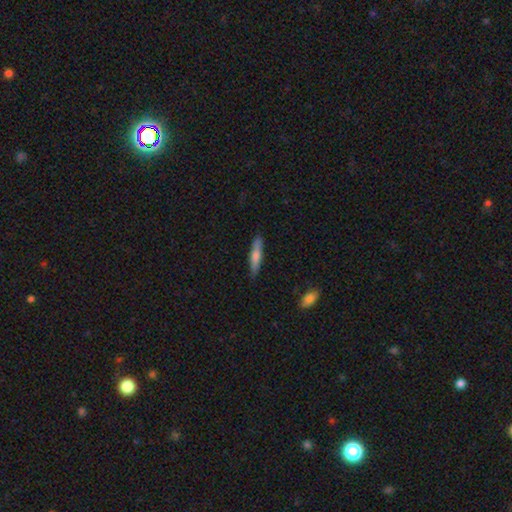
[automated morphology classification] smooth 64%, featured or disk 30%, star or artifact 6%. Down the decision tree: how rounded — cigar-shaped (88%); merging — none (87%).